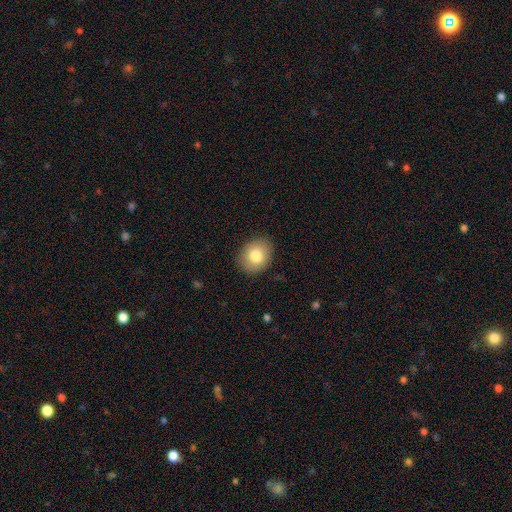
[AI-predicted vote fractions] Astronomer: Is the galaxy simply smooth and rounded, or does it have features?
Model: smooth — 81%.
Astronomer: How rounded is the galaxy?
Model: round — 50% (runner-up: in between, 49%).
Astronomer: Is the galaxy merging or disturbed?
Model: none — 87%.